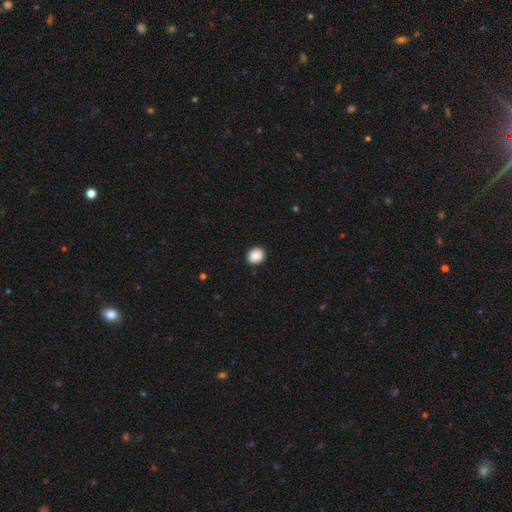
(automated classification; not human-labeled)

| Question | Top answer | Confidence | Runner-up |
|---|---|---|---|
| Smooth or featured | smooth | 89% | star or artifact (8%) |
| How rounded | round | 67% | in between (32%) |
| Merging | none | 90% | minor disturbance (7%) |